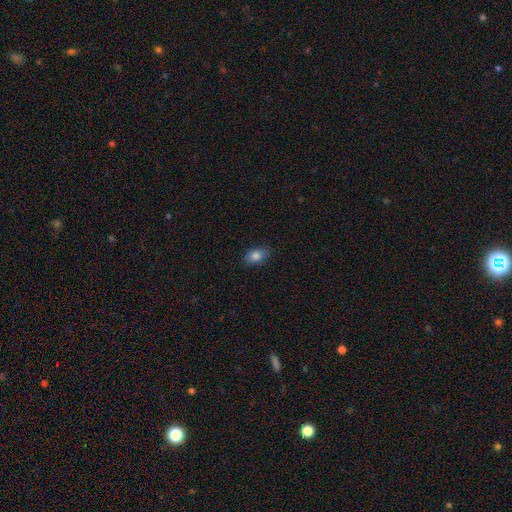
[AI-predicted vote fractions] Smooth or featured?
  - smooth: 82% *
  - featured or disk: 9%
  - star or artifact: 9%
How rounded?
  - in between: 87% *
  - round: 11%
  - cigar-shaped: 3%
Merging?
  - none: 83% *
  - minor disturbance: 13%
  - major disturbance: 3%
  - merger: 1%